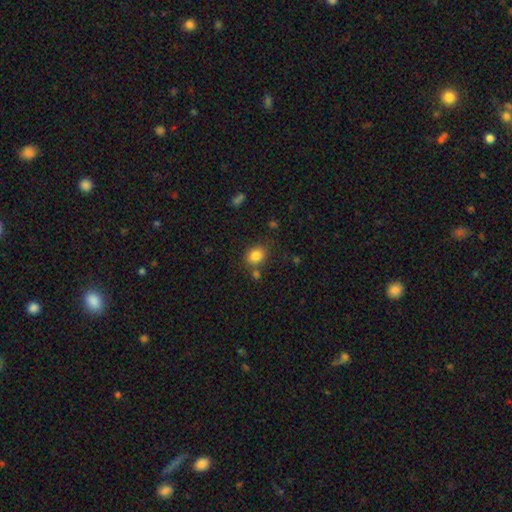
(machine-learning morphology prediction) This is clearly a smooth galaxy (84%). How rounded: possibly round (54%). Merging: likely none (74%).